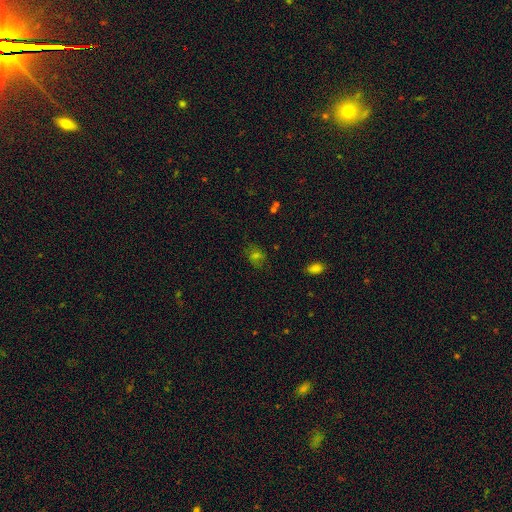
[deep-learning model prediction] Smooth or featured? smooth (52%)
How rounded? in between (55%)
Merging? none (72%)